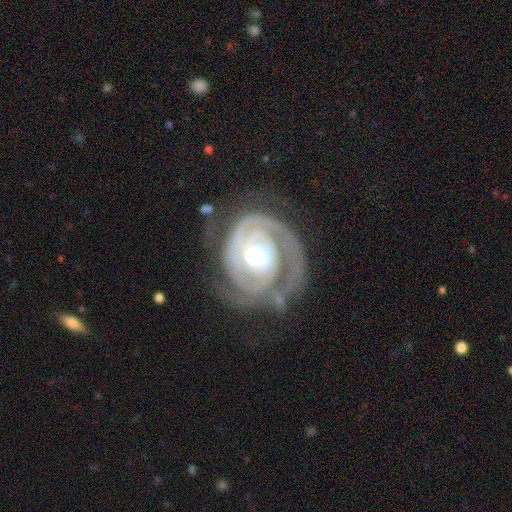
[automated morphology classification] type=featured or disk (89%); edge-on=no (97%); bar=no (64%); spiral arms=yes (97%); winding=tight (77%); arm count=2 (41%); bulge=moderate (46%, tied with small); merging=none (61%).